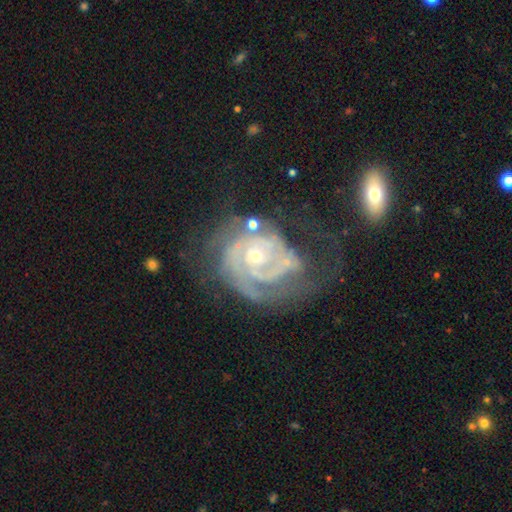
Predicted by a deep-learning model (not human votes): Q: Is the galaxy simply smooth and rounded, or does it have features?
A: featured or disk — 87%.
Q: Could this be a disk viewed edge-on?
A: no — 98%.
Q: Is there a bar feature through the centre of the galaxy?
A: no — 76%.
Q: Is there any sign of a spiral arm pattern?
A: yes — 93%.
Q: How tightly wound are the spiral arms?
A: tight — 67%.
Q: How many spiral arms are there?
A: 2 — 30%.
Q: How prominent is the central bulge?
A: small — 70%.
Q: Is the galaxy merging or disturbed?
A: none — 38%.